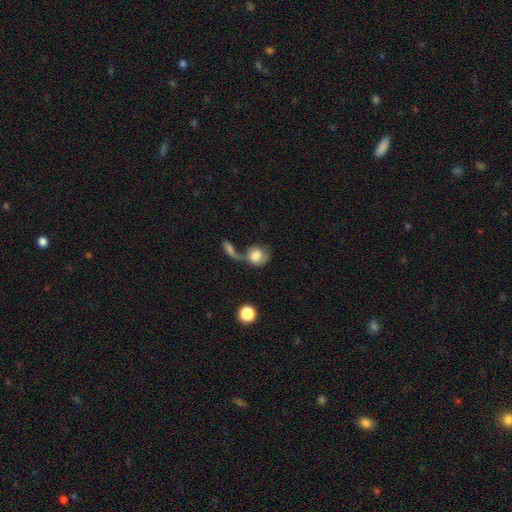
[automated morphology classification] Overall: smooth (71%). How rounded: round (66%; in between 32%). Merging: merger (46%; none 23%).